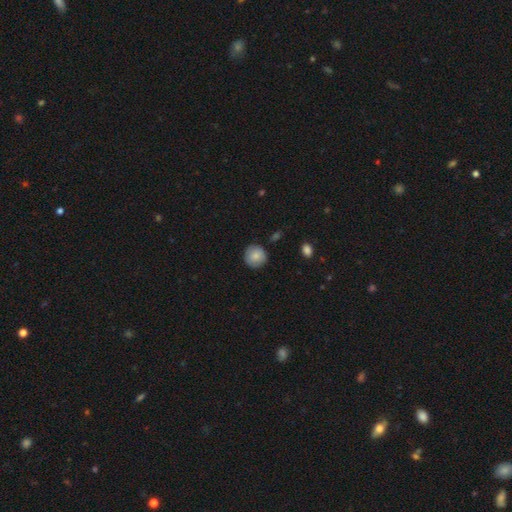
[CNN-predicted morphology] Overall: smooth (80%). How rounded: round (93%). Merging: none (85%).